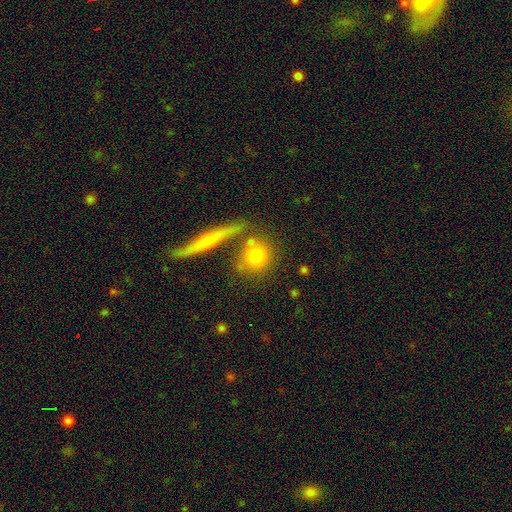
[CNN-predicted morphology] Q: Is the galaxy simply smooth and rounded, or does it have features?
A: smooth — 73%.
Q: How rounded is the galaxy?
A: round — 80%.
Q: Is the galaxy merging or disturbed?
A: none — 70%.